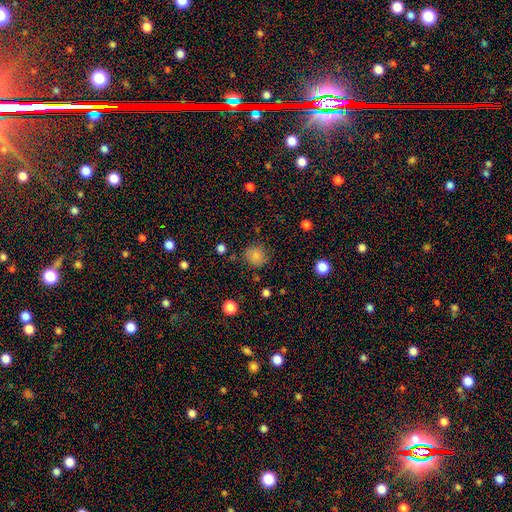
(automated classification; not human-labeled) A smooth galaxy with no disk features (81%) that is round (85%). Merging: none (78%).